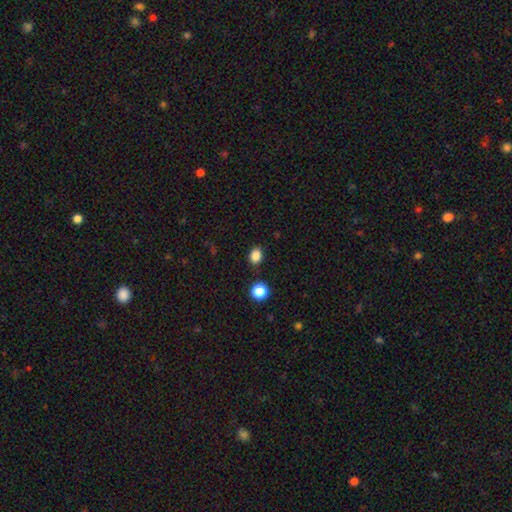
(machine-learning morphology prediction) A smooth galaxy with no disk features (85%) that is in between round and cigar-shaped (64%). Merging: none (85%).